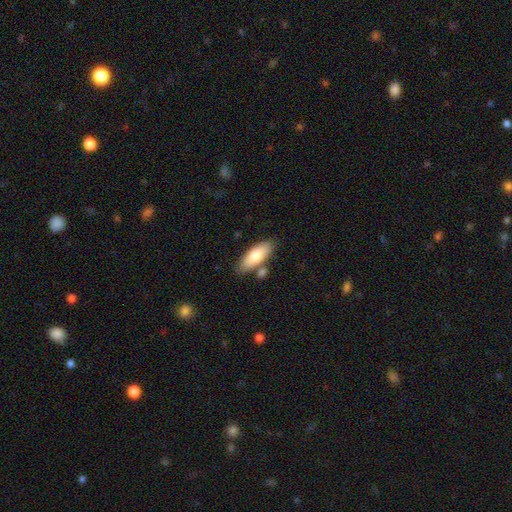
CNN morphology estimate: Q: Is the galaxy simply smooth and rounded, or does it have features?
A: smooth — 77%.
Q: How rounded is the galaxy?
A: in between — 74%.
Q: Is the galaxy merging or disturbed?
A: none — 70%.